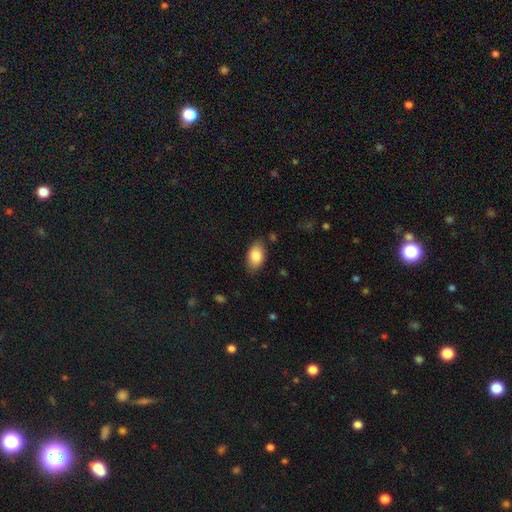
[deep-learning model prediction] Q: Smooth or featured?
A: smooth (85%); runner-up: featured or disk (8%)
Q: How rounded?
A: in between (92%); runner-up: round (7%)
Q: Merging?
A: none (80%); runner-up: minor disturbance (15%)